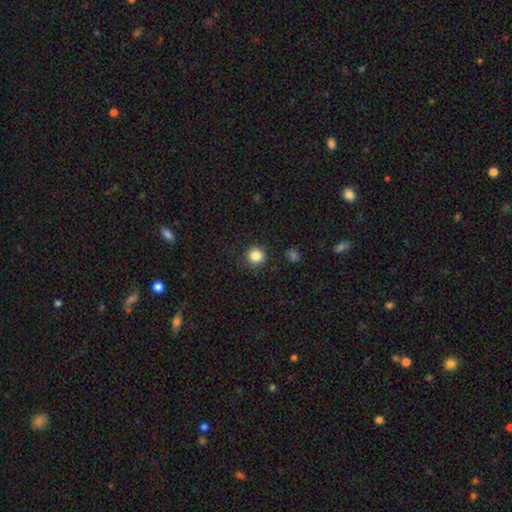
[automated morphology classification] type=smooth (85%); roundness=round (94%); merging=none (89%).